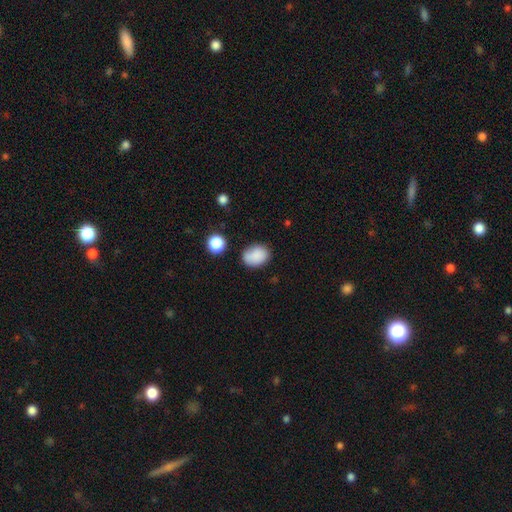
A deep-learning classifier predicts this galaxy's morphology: This is clearly a smooth galaxy (86%). How rounded: likely in between (62%). Merging: likely none (71%).